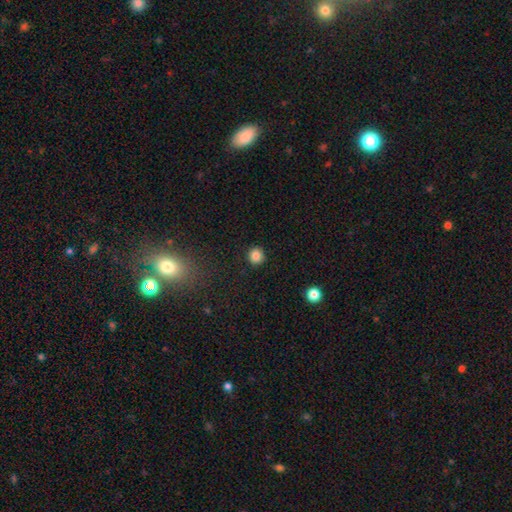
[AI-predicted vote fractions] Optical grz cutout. It shows a smooth galaxy with no disk features (85%) that is round (92%). Merging: none (92%).